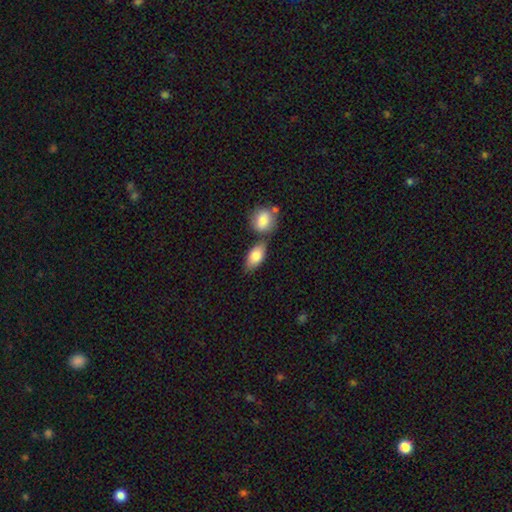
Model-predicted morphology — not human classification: Overall: smooth (82%). How rounded: in between (88%). Merging: none (56%; merger 27%).